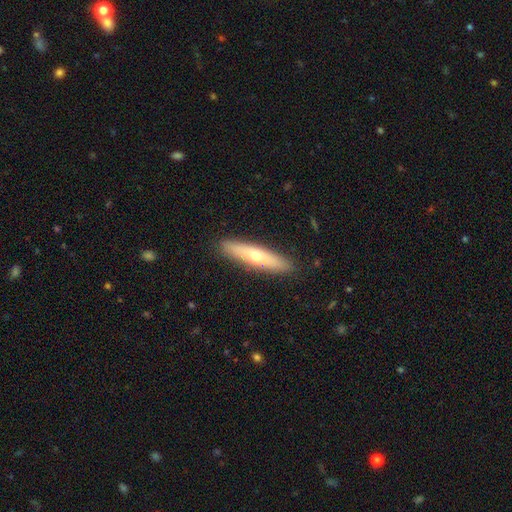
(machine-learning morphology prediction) Overall: smooth (54%; featured or disk 41%). How rounded: cigar-shaped (82%). Merging: none (90%).